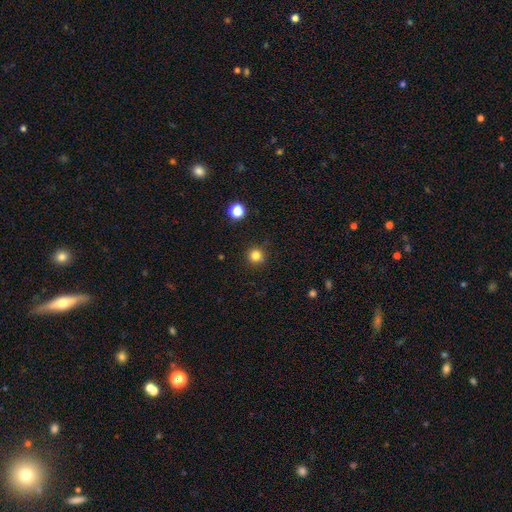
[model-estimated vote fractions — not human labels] smooth 82%, star or artifact 14%, featured or disk 5%. Down the decision tree: how rounded — round (94%); merging — none (91%).